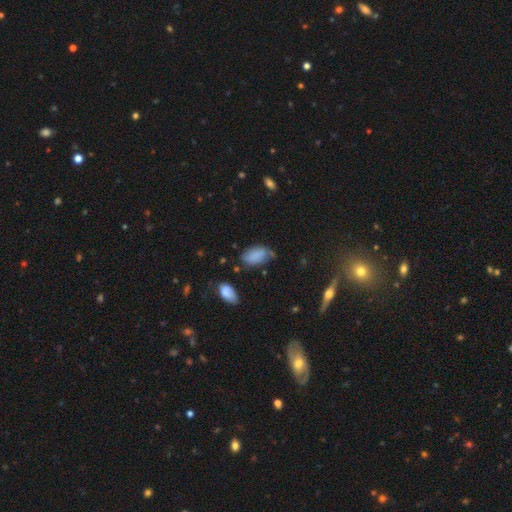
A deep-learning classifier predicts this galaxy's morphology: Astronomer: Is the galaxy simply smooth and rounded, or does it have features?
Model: smooth — 81%.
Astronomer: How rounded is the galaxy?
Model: in between — 92%.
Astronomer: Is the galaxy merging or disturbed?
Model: none — 54% (runner-up: minor disturbance, 31%).